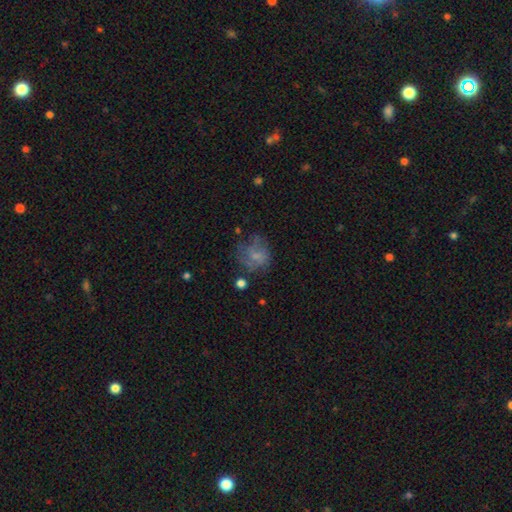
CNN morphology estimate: Smooth or featured? Predicted: smooth (p=0.49). Merging? Predicted: none (p=0.49).